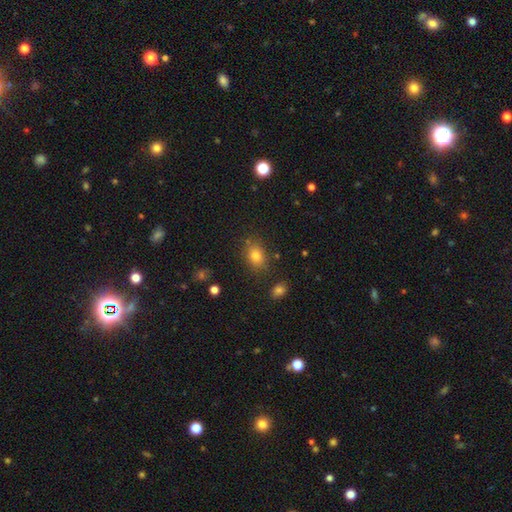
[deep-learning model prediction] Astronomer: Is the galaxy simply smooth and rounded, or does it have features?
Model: smooth — 79%.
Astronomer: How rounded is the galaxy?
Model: in between — 59% (runner-up: round, 39%).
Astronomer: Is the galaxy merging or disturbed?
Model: none — 78%.